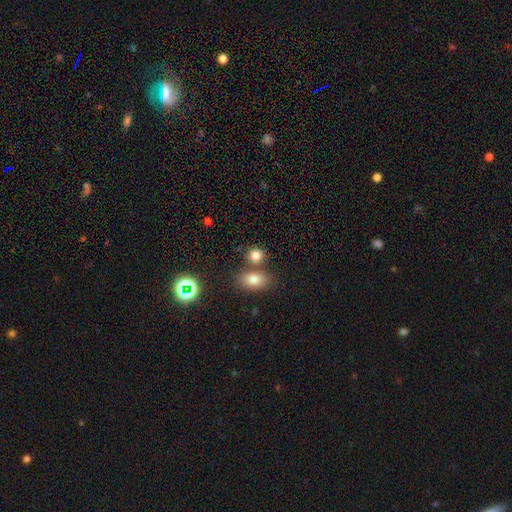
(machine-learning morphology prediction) Smooth or featured? smooth (79%)
How rounded? round (66%)
Merging? none (64%)